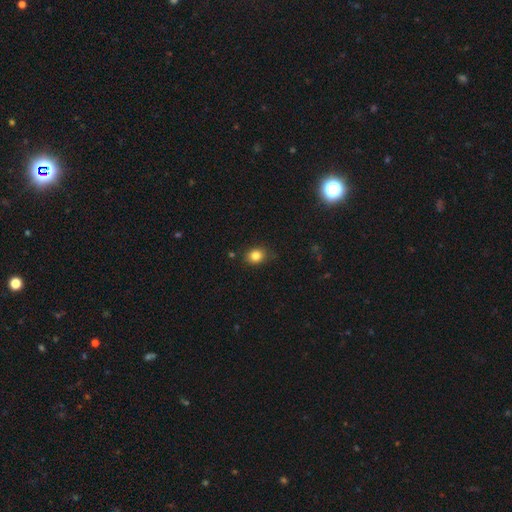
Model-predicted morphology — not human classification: type=smooth (83%); roundness=round (61%); merging=none (83%).